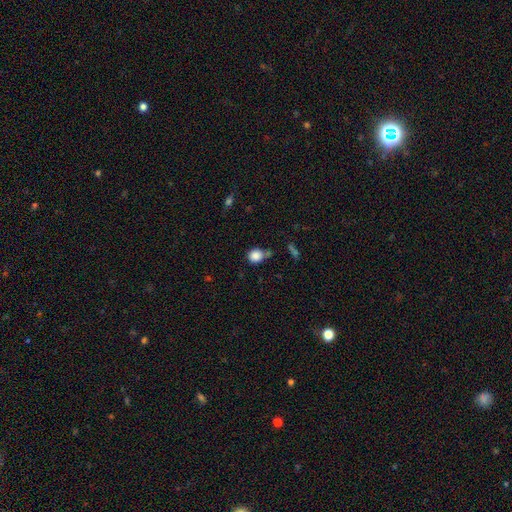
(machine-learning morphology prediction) A smooth galaxy with no disk features (86%) that is round (83%). Merging: none (63%).